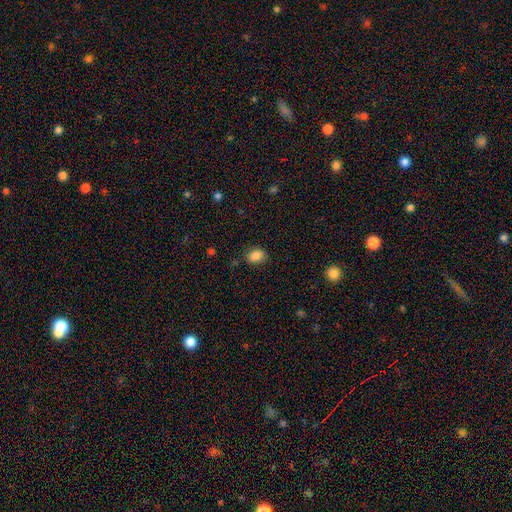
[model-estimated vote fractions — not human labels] Smooth or featured? Predicted: smooth (p=0.86). How rounded? Predicted: in between (p=0.76). Merging? Predicted: none (p=0.82).